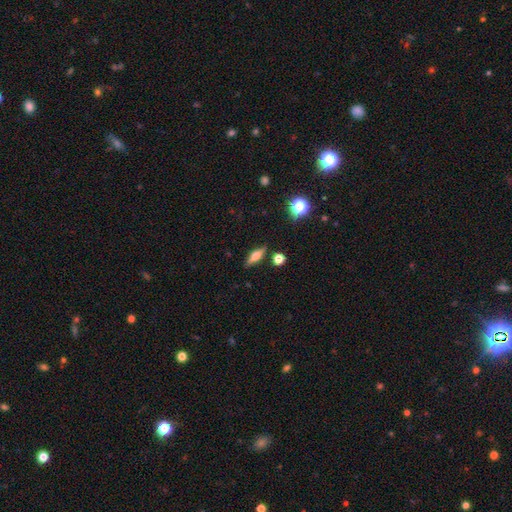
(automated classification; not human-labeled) Smooth or featured? Predicted: smooth (p=0.46). Merging? Predicted: none (p=0.84).